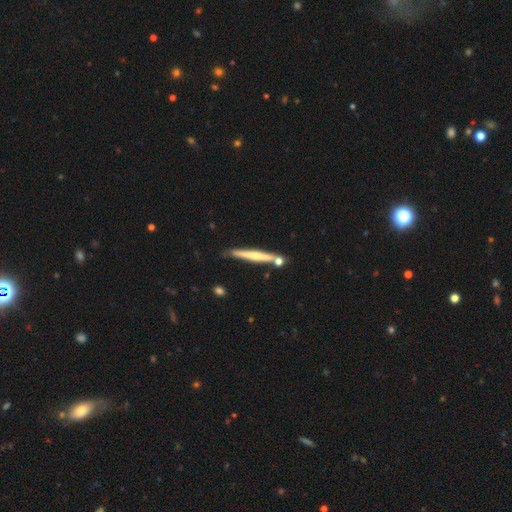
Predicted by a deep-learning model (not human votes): featured or disk 54%, smooth 41%, star or artifact 6%. Down the decision tree: edge-on disk — yes (96%); edge-on bulge — rounded (48%); merging — none (75%).